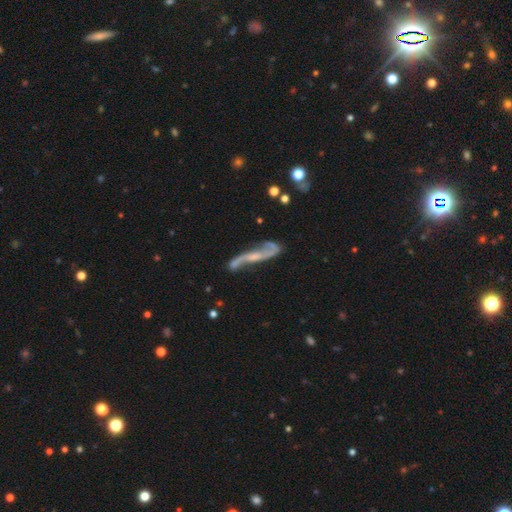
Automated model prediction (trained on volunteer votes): Smooth or featured: featured or disk — 83% (smooth — 11%)
Edge-on disk: no — 78% (yes — 22%)
Bar: no — 42% (weak — 37%)
Spiral arms: yes — 93% (no — 7%)
Spiral winding: loose — 77% (medium — 17%)
Spiral arm count: 2 — 91% (1 — 3%)
Bulge size: small — 47% (none — 29%)
Merging: none — 57% (minor disturbance — 23%)